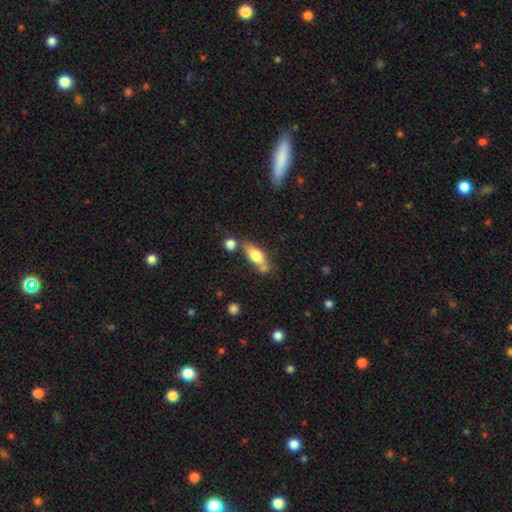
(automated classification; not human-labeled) Smooth or featured?
  - smooth: 66% *
  - featured or disk: 27%
  - star or artifact: 7%
How rounded?
  - in between: 63% *
  - cigar-shaped: 33%
  - round: 4%
Merging?
  - none: 55% *
  - merger: 22%
  - minor disturbance: 18%
  - major disturbance: 6%